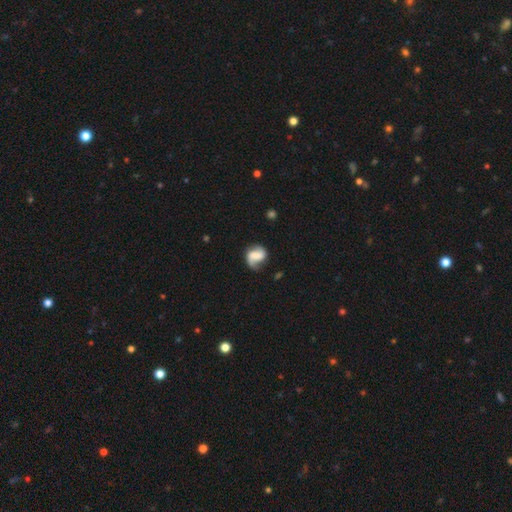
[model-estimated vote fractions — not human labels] smooth_or_featured: featured or disk (p=0.66) [alt: smooth p=0.26]
disk_edge_on: no (p=0.98) [alt: yes p=0.02]
bar: weak (p=0.40) [alt: no p=0.34]
has_spiral_arms: yes (p=0.91) [alt: no p=0.09]
spiral_winding: loose (p=0.52) [alt: medium p=0.35]
spiral_arm_count: 2 (p=0.80) [alt: 1 p=0.14]
bulge_size: none (p=0.40) [alt: small p=0.18]
merging: none (p=0.62) [alt: minor disturbance p=0.23]